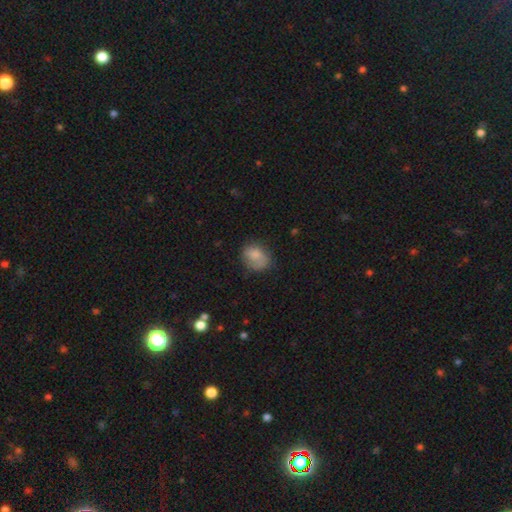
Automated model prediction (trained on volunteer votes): Smooth or featured?
  - smooth: 77% *
  - featured or disk: 15%
  - star or artifact: 9%
How rounded?
  - round: 50% *
  - in between: 49%
  - cigar-shaped: 1%
Merging?
  - none: 55% *
  - minor disturbance: 29%
  - major disturbance: 14%
  - merger: 2%